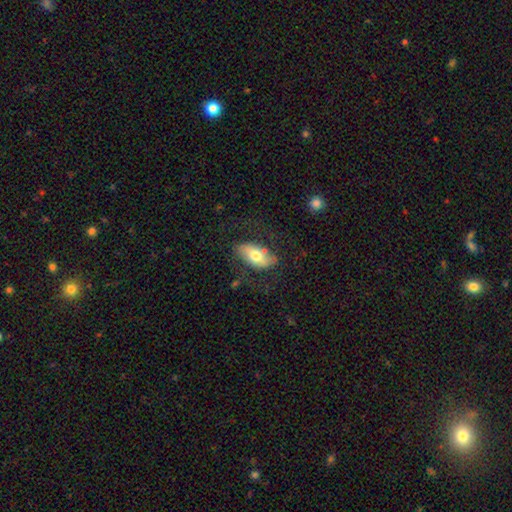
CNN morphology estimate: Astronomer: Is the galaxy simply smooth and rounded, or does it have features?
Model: smooth — 58% (runner-up: featured or disk, 36%).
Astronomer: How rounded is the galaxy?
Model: in between — 91%.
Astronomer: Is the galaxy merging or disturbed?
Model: none — 68%.